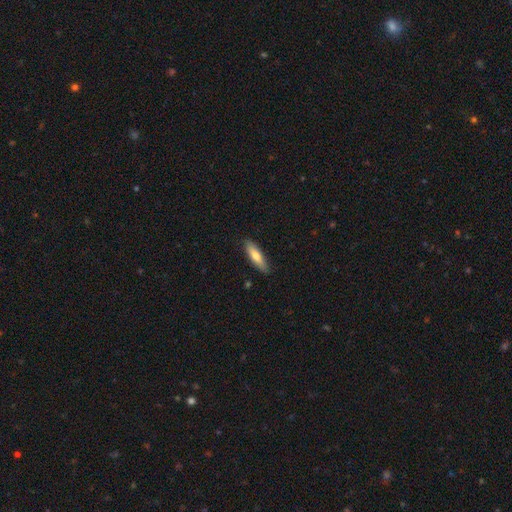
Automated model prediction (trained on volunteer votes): Smooth or featured? smooth (68%)
How rounded? cigar-shaped (65%)
Merging? none (87%)